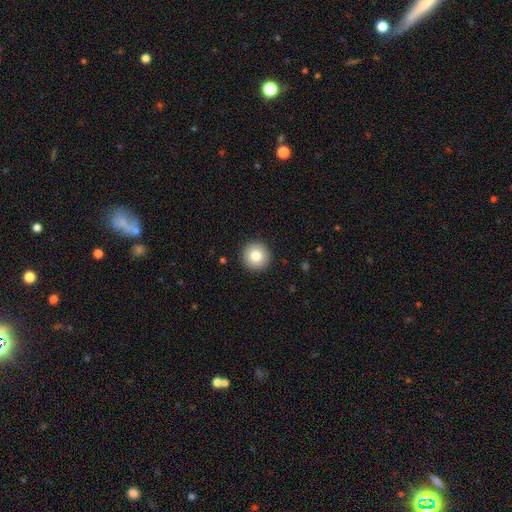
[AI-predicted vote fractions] This is clearly a smooth galaxy (82%). How rounded: clearly round (96%). Merging: clearly none (93%).